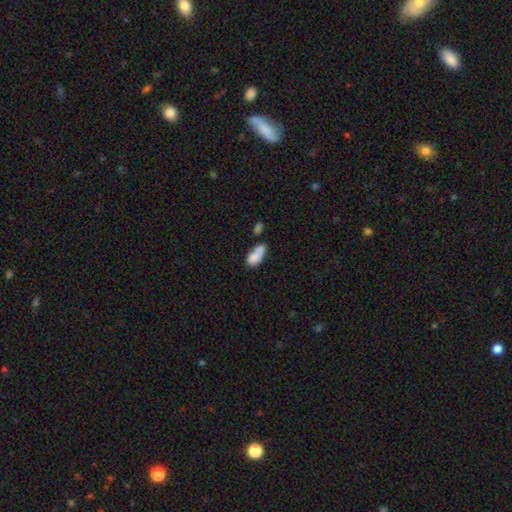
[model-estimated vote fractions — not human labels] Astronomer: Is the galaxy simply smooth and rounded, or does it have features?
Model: smooth — 80%.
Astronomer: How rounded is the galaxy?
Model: in between — 85%.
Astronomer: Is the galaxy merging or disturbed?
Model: merger — 35% (runner-up: none, 34%).